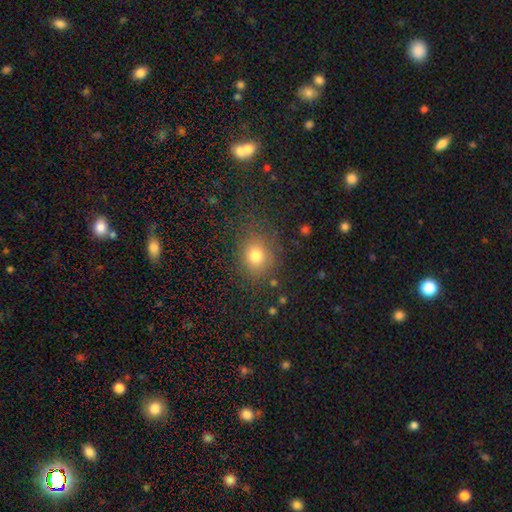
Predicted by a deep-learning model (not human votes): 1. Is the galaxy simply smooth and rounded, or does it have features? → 76% smooth, 15% star or artifact, 9% featured or disk.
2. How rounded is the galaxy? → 66% round, 33% in between, 1% cigar-shaped.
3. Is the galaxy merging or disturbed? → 78% none, 13% minor disturbance, 7% major disturbance, 2% merger.